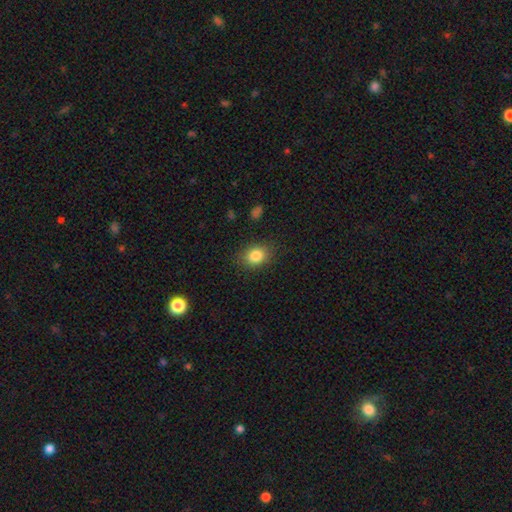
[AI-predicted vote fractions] smooth 84%, star or artifact 10%, featured or disk 7%. Down the decision tree: how rounded — in between (58%); merging — none (84%).